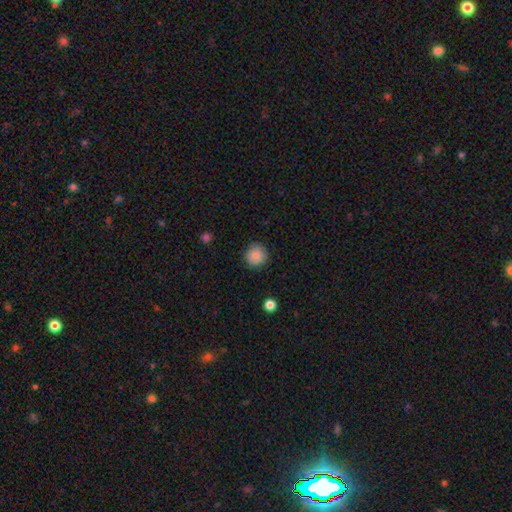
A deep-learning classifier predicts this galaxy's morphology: Smooth or featured?
  - smooth: 85% *
  - star or artifact: 8%
  - featured or disk: 6%
How rounded?
  - round: 94% *
  - in between: 5%
  - cigar-shaped: 1%
Merging?
  - none: 89% *
  - minor disturbance: 8%
  - major disturbance: 2%
  - merger: 1%